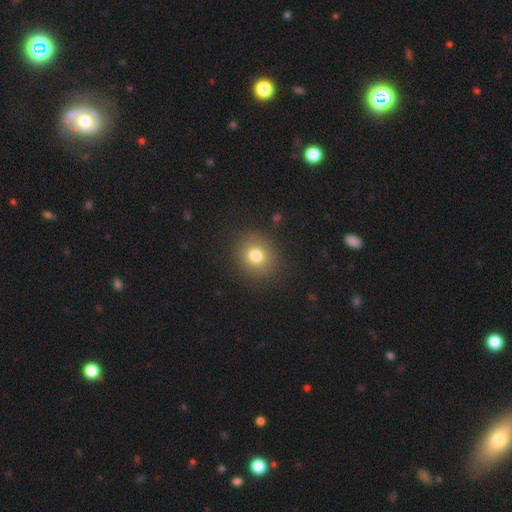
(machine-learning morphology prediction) type=smooth (78%); roundness=round (81%); merging=none (88%).